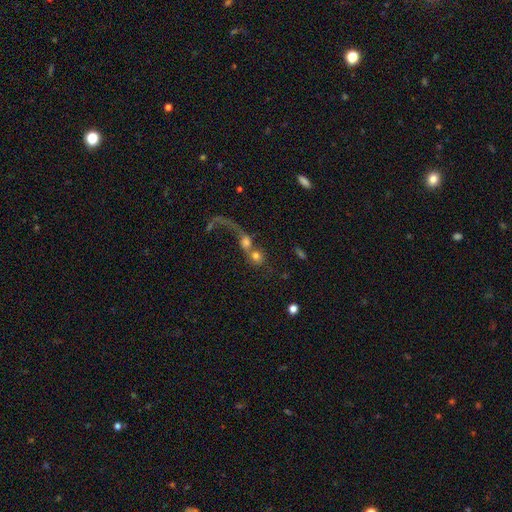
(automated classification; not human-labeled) smooth-or-featured: smooth: 59% | featured or disk: 28% | star or artifact: 13%
  how-rounded: round: 72% | in between: 25% | cigar-shaped: 3%
  merging: merger: 68% | none: 15% | major disturbance: 13% | minor disturbance: 5%